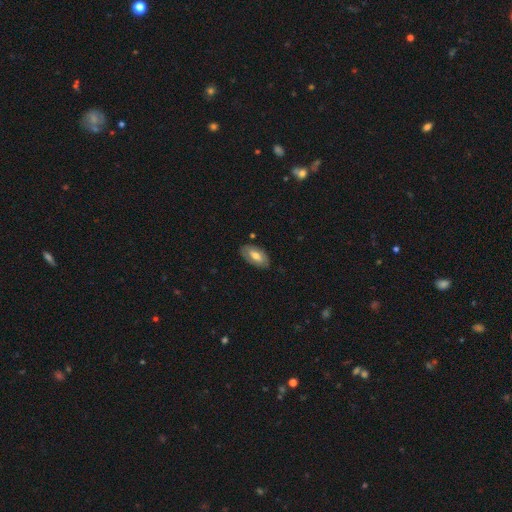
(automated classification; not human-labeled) Smooth or featured? Predicted: smooth (p=0.53). How rounded? Predicted: in between (p=0.93). Merging? Predicted: none (p=0.82).